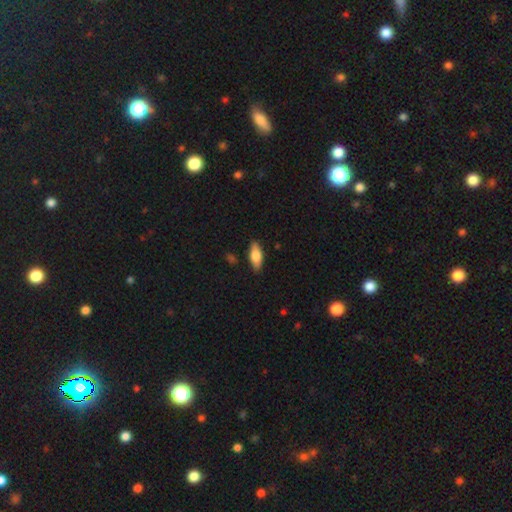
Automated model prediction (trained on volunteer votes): Smooth or featured: smooth — 70% (featured or disk — 24%)
How rounded: in between — 73% (cigar-shaped — 24%)
Merging: none — 86% (minor disturbance — 11%)